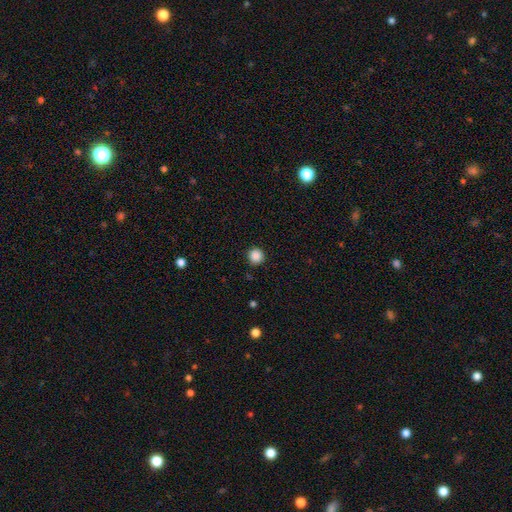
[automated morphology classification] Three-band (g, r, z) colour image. It shows a smooth galaxy with no disk features (87%) that is round (95%). Merging: none (90%).